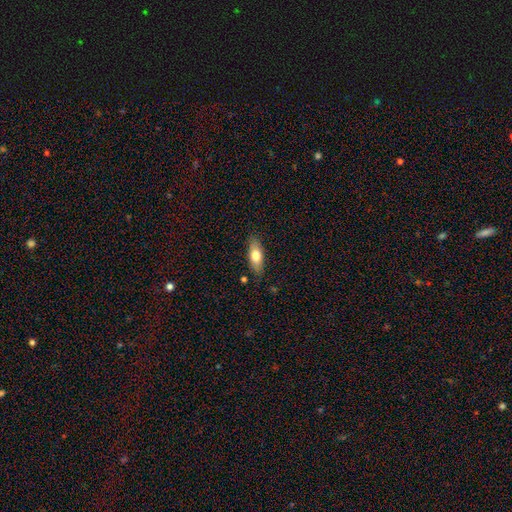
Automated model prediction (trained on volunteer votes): Smooth or featured? Predicted: smooth (p=0.73). How rounded? Predicted: in between (p=0.77). Merging? Predicted: none (p=0.83).